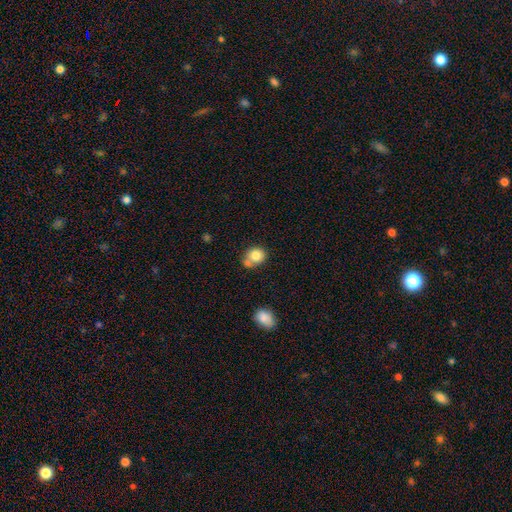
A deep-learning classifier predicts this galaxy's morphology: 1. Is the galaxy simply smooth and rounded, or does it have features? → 80% smooth, 11% featured or disk, 9% star or artifact.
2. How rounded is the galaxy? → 68% round, 31% in between, 1% cigar-shaped.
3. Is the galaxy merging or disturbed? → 46% none, 34% merger, 15% minor disturbance, 5% major disturbance.